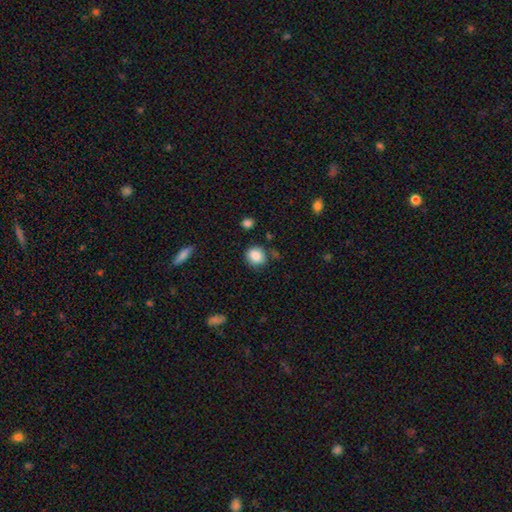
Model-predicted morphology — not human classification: smooth_or_featured: smooth (p=0.86) [alt: star or artifact p=0.09]
how_rounded: round (p=0.74) [alt: in between p=0.25]
merging: none (p=0.68) [alt: minor disturbance p=0.21]